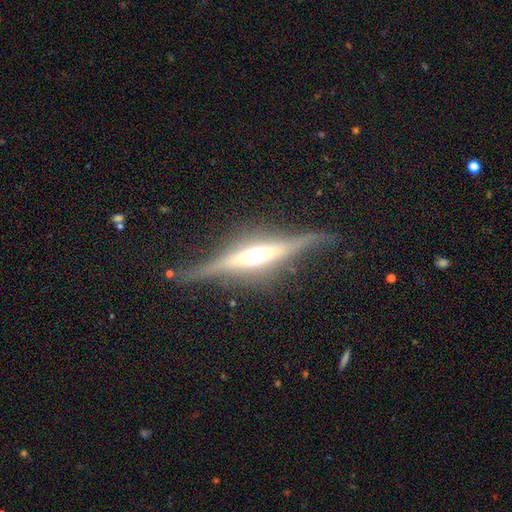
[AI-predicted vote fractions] Smooth or featured? featured or disk (83%)
Edge-on disk? yes (95%)
Edge-on bulge? rounded (85%)
Merging? none (80%)